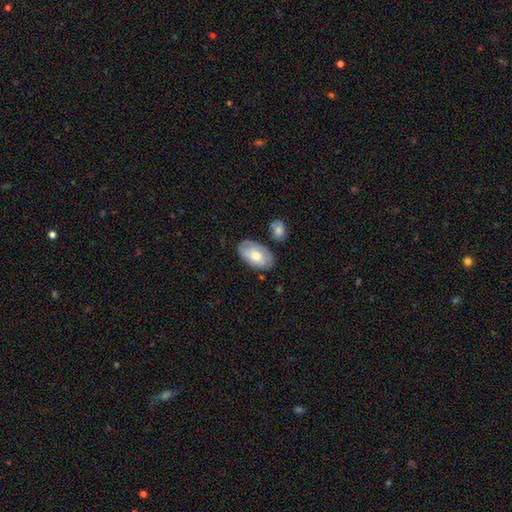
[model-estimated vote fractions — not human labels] This is likely a smooth galaxy (65%). How rounded: clearly in between (94%). Merging: likely none (72%).